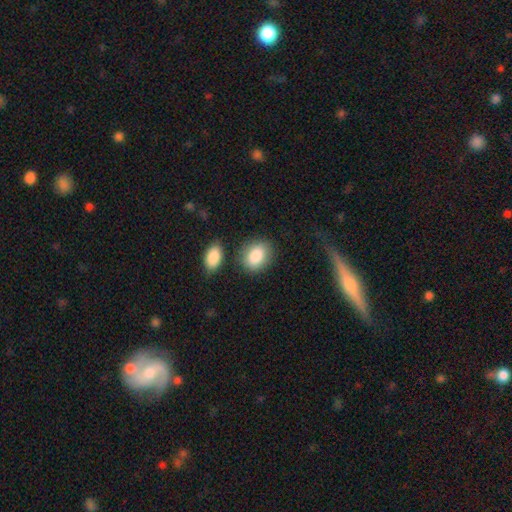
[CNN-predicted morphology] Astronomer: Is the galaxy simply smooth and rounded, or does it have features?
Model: smooth — 87%.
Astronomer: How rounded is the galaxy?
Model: in between — 67%.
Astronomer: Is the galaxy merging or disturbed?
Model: none — 76%.